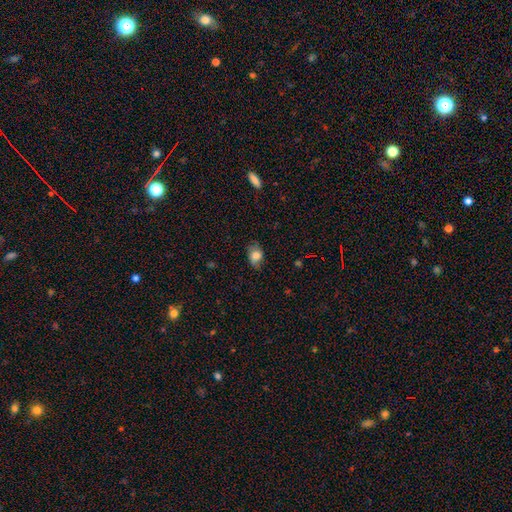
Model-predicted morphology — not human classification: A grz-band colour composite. It shows a smooth galaxy with no disk features (76%) that is in between round and cigar-shaped (78%). Merging: none (70%).